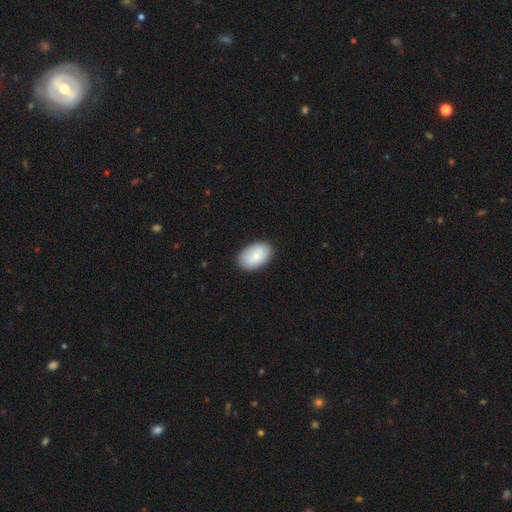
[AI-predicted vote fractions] This appears to be a smooth galaxy with no disk features (87%) that is in between round and cigar-shaped (93%). Merging: none (87%).